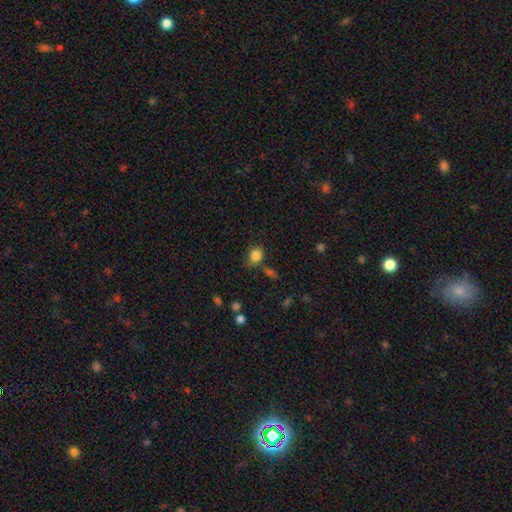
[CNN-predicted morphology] Smooth or featured? smooth (84%)
How rounded? in between (54%)
Merging? none (66%)